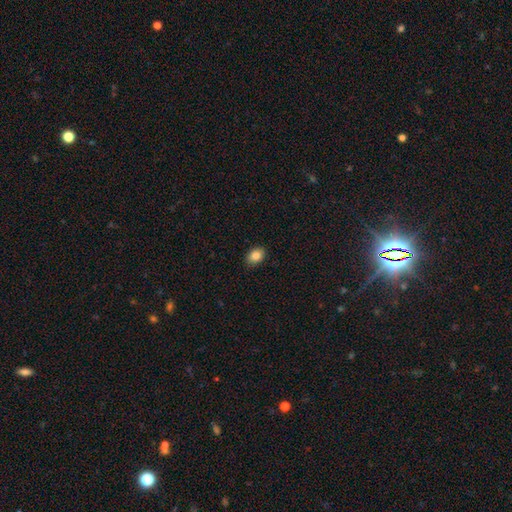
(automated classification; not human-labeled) Q: Smooth or featured?
A: smooth (85%); runner-up: star or artifact (9%)
Q: How rounded?
A: in between (80%); runner-up: round (19%)
Q: Merging?
A: none (89%); runner-up: minor disturbance (8%)